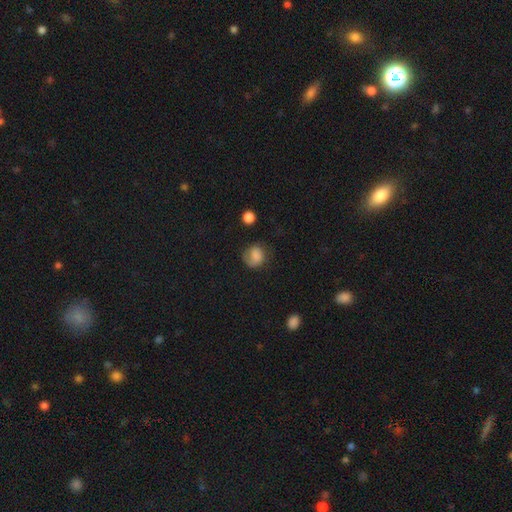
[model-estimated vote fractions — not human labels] Morphology: type=smooth (72%); roundness=round (69%); merging=none (56%).